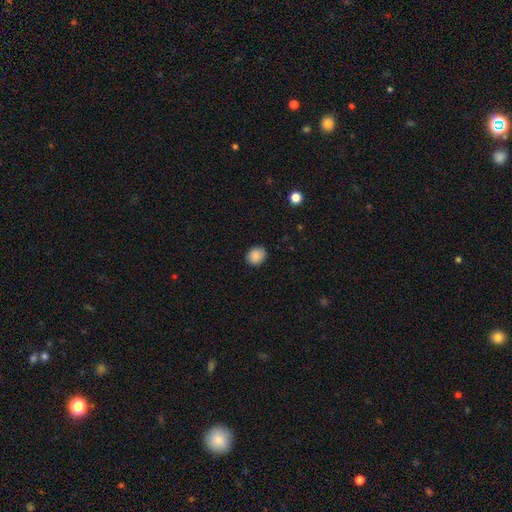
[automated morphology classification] Smooth or featured?
  - smooth: 88% *
  - star or artifact: 9%
  - featured or disk: 4%
How rounded?
  - round: 66% *
  - in between: 33%
  - cigar-shaped: 1%
Merging?
  - none: 85% *
  - minor disturbance: 11%
  - major disturbance: 2%
  - merger: 1%